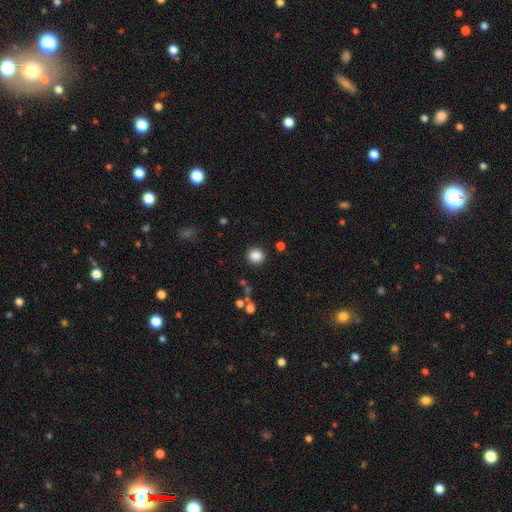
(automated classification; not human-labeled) This is clearly a smooth galaxy (86%). How rounded: clearly round (93%). Merging: clearly none (90%).